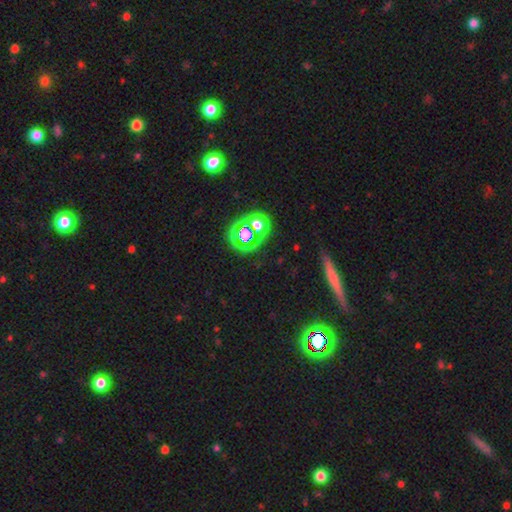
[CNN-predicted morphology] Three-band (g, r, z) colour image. It shows a star or artifact, not a galaxy (54%).